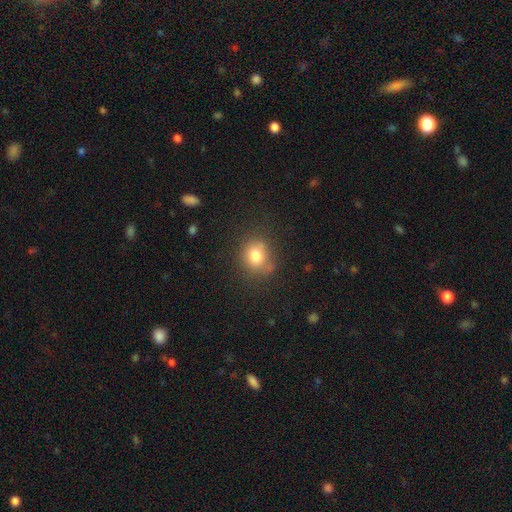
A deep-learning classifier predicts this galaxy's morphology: Smooth or featured? Predicted: smooth (p=0.78). How rounded? Predicted: round (p=0.75). Merging? Predicted: none (p=0.71).